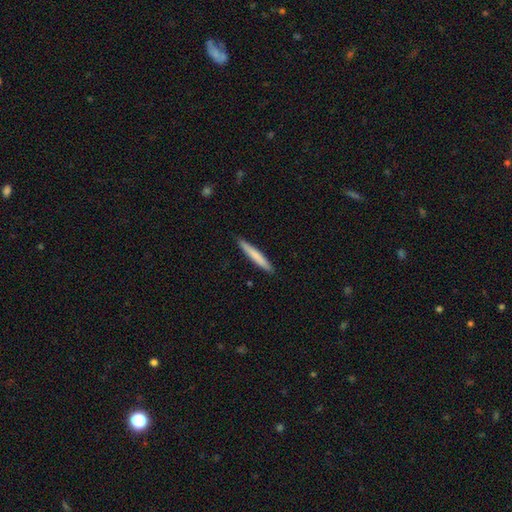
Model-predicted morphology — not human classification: Smooth or featured? Predicted: smooth (p=0.74). How rounded? Predicted: cigar-shaped (p=0.96). Merging? Predicted: none (p=0.91).